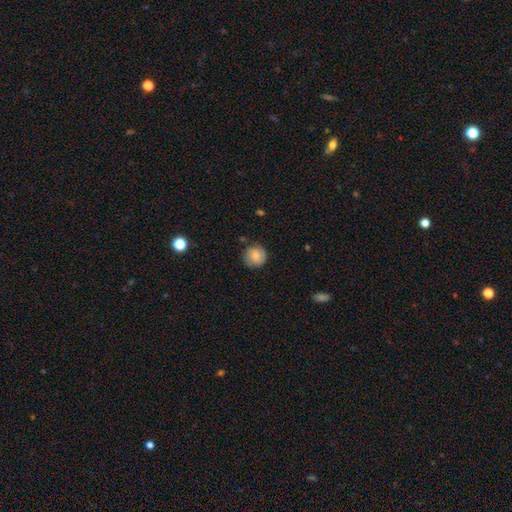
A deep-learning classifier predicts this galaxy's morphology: Smooth or featured: smooth — 76% (featured or disk — 16%)
How rounded: round — 92% (in between — 7%)
Merging: none — 81% (minor disturbance — 15%)